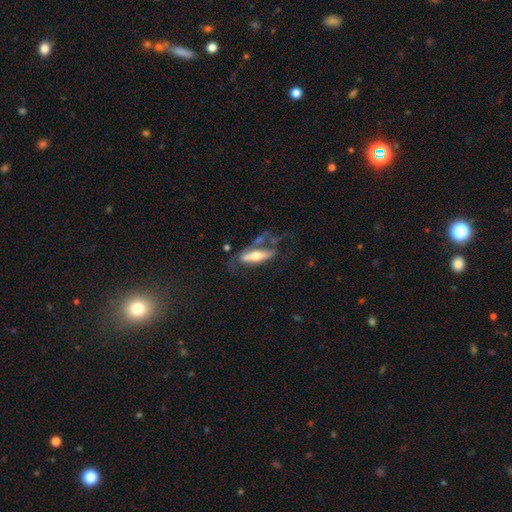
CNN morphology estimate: This is possibly a featured or disk galaxy (52%). It is possibly viewed edge-on (54%). Merging: marginally none (38%).